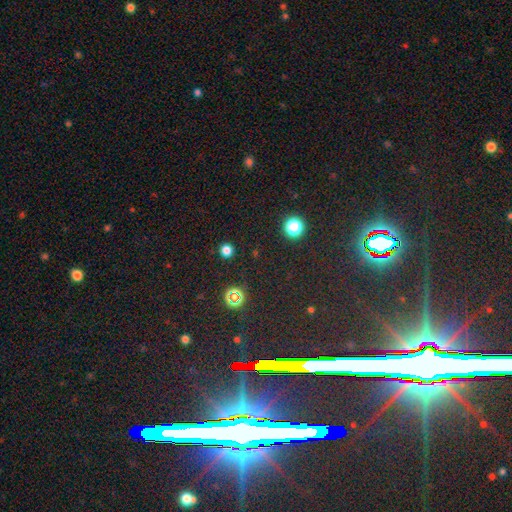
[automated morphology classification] Smooth or featured? Predicted: star or artifact (p=0.81).